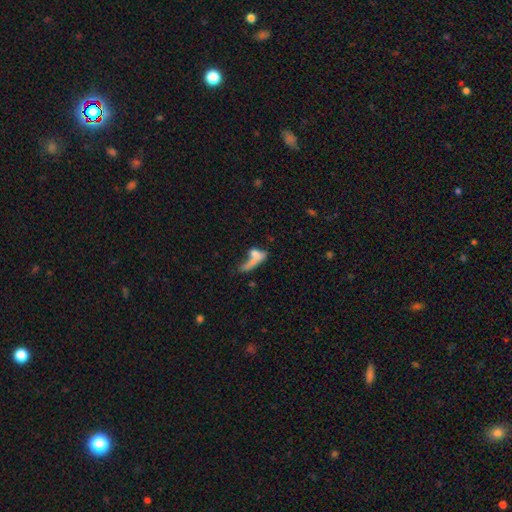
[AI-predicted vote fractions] smooth_or_featured: smooth (p=0.61) [alt: featured or disk p=0.28]
how_rounded: in between (p=0.50) [alt: cigar-shaped p=0.38]
merging: merger (p=0.46) [alt: major disturbance p=0.22]